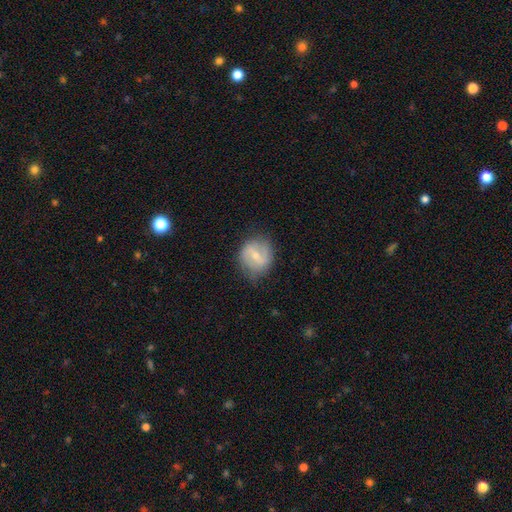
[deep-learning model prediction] This appears to be a featured or disk galaxy (60%) with a weak bar (54%), spiral arms (81%) and a small central bulge (55%). Merging: none (76%).